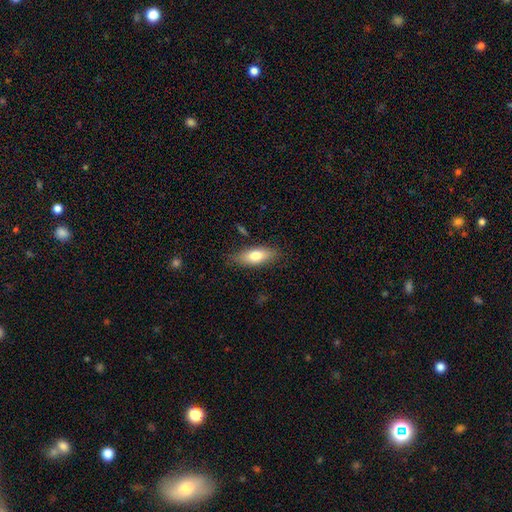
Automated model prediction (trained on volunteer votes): This is likely a smooth galaxy (74%). How rounded: likely in between (73%). Merging: clearly none (82%).